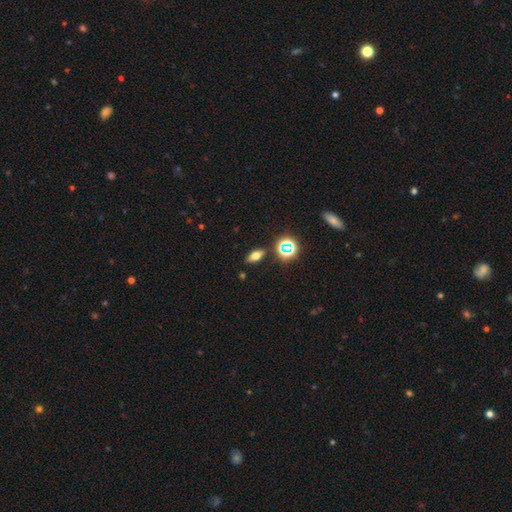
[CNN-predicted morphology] smooth-or-featured: smooth: 58% | featured or disk: 23% | star or artifact: 19%
  how-rounded: in between: 73% | cigar-shaped: 15% | round: 12%
  merging: none: 86% | minor disturbance: 9% | merger: 3% | major disturbance: 3%